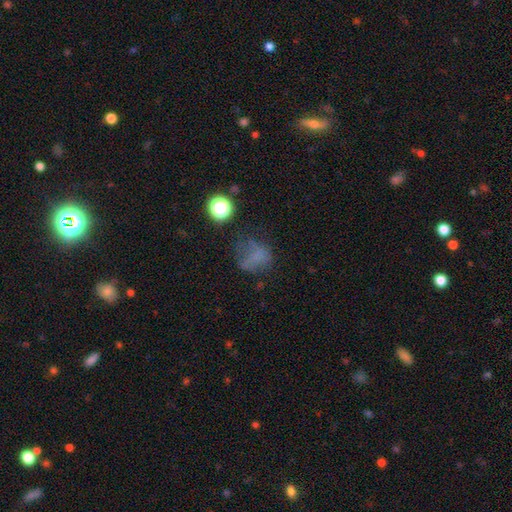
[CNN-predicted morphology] smooth 51%, star or artifact 26%, featured or disk 23%. Down the decision tree: how rounded — round (62%); merging — none (46%).